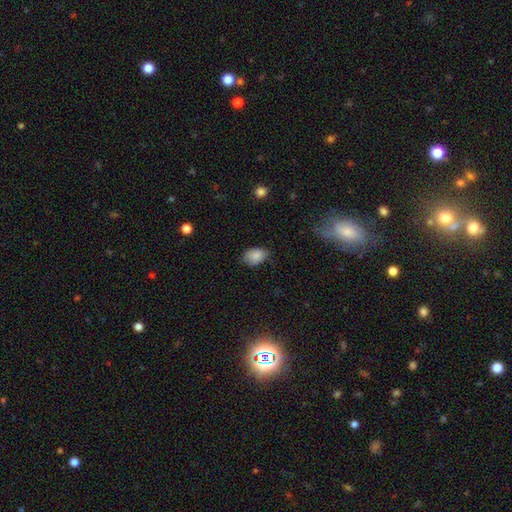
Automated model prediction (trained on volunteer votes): The model was most divided on "merging": none: 68%, minor disturbance: 26%, major disturbance: 4%, merger: 1%. More confident: smooth or featured — smooth (87%); how rounded — in between (80%).